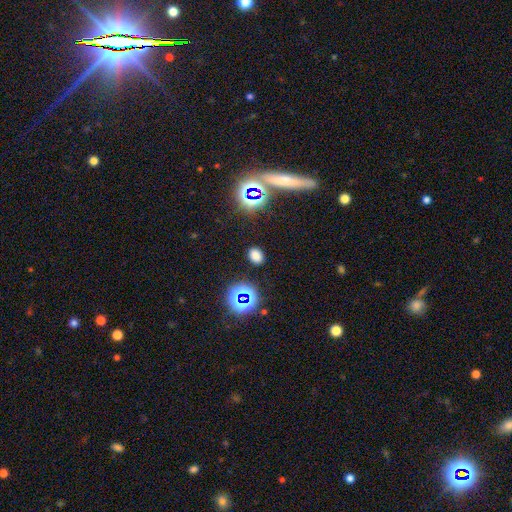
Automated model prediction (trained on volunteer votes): This appears to be a smooth galaxy with no disk features (70%) that is in between round and cigar-shaped (66%). Merging: none (88%).